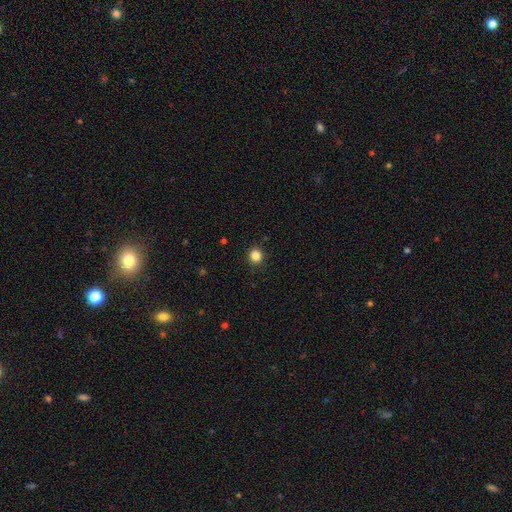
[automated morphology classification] A smooth galaxy with no disk features (85%) that is round (88%). Merging: none (92%).